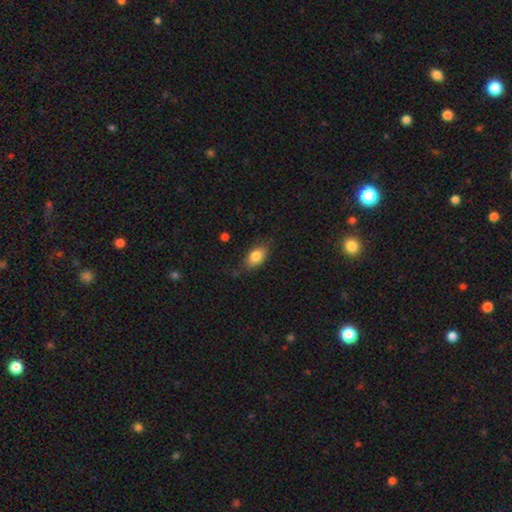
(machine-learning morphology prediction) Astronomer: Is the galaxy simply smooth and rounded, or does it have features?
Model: smooth — 83%.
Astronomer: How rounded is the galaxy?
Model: in between — 88%.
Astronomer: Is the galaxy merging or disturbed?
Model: none — 76%.